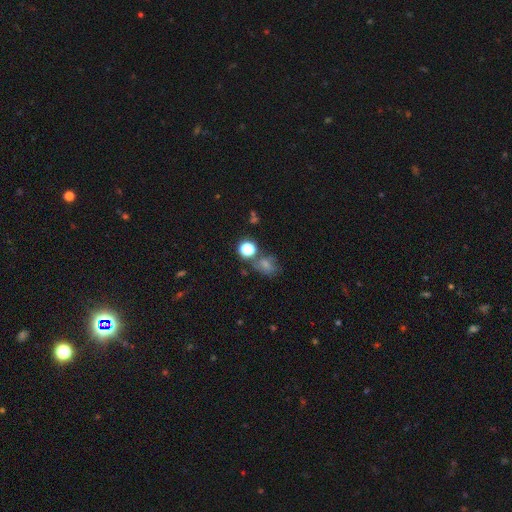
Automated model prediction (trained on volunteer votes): The model was most divided on "smooth or featured": star or artifact: 45%, smooth: 39%, featured or disk: 15%.